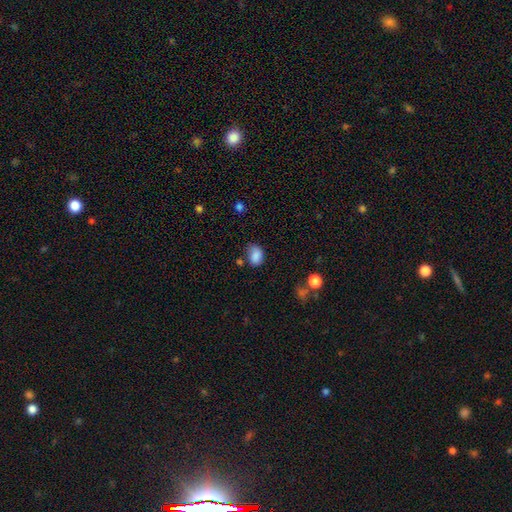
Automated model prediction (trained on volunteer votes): Smooth or featured: smooth — 85% (star or artifact — 9%)
How rounded: in between — 73% (round — 26%)
Merging: none — 57% (minor disturbance — 29%)